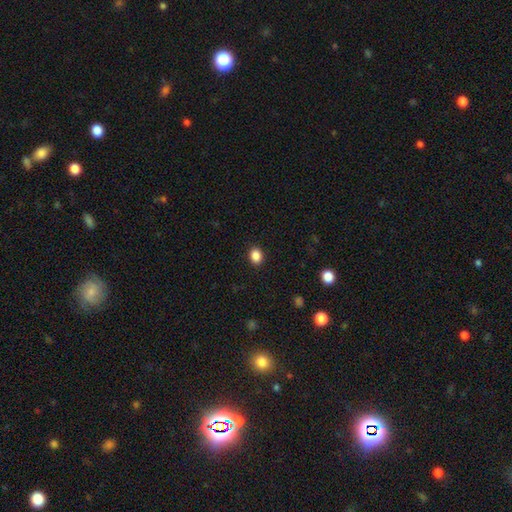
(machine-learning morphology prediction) The model was most divided on "how rounded": in between: 52%, round: 47%, cigar-shaped: 1%. More confident: merging — none (90%); smooth or featured — smooth (87%).